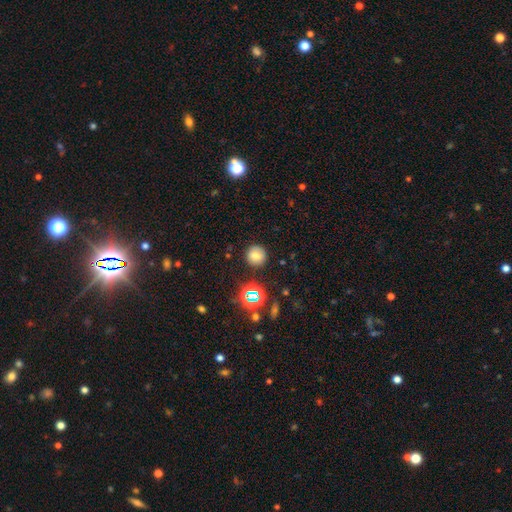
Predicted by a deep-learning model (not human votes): Smooth or featured: smooth — 74% (star or artifact — 17%)
How rounded: round — 93% (in between — 6%)
Merging: none — 88% (minor disturbance — 7%)